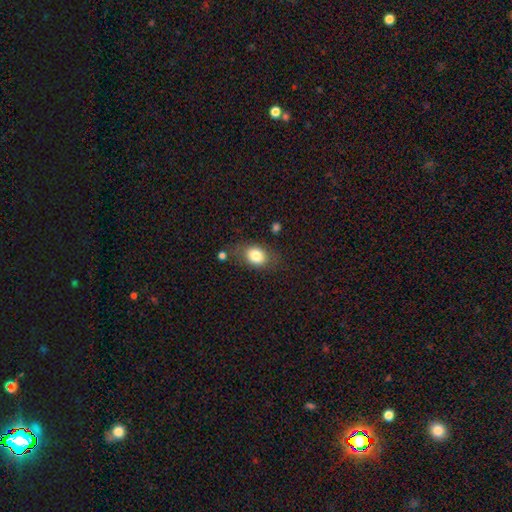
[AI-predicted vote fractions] This is clearly a smooth galaxy (81%). How rounded: likely in between (69%). Merging: likely none (70%).